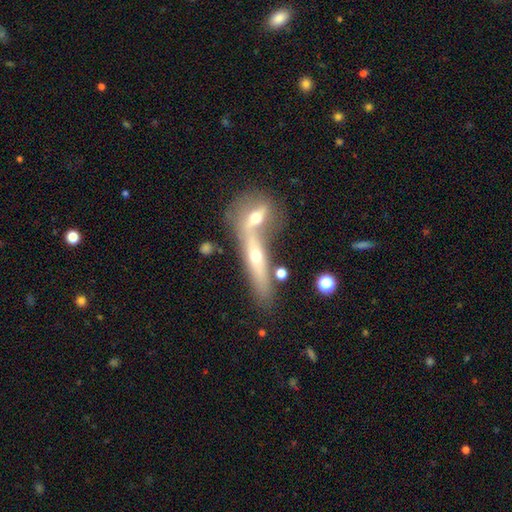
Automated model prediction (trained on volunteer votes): A featured or disk galaxy (59%) viewed edge-on (71%).

Vote fractions:
- Smooth or featured? featured or disk: 59% / smooth: 33% / star or artifact: 9%
- Edge-on disk? yes: 71% / no: 29%
- Merging? merger: 54% / none: 34% / minor disturbance: 8% / major disturbance: 4%